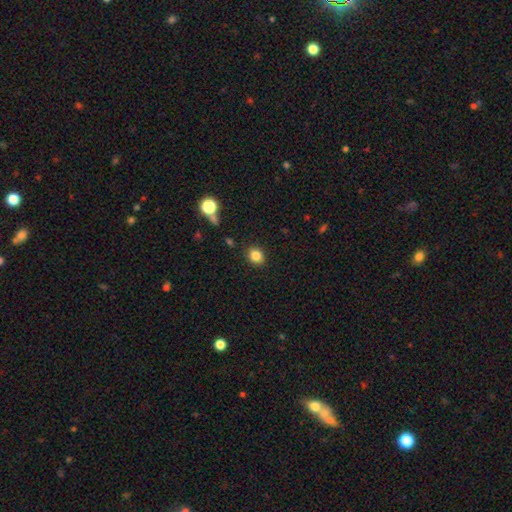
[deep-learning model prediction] Overall: smooth (84%). How rounded: round (67%; in between 32%). Merging: none (89%).